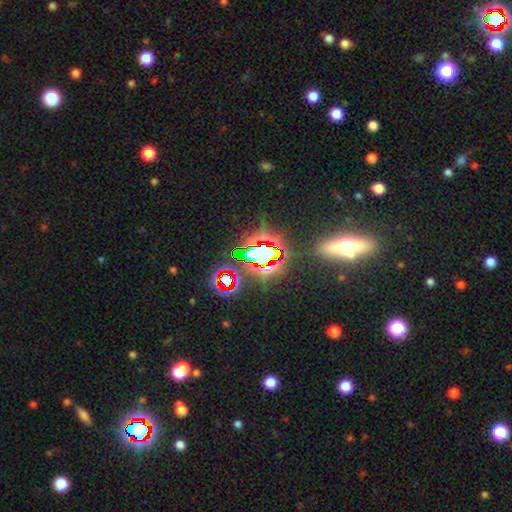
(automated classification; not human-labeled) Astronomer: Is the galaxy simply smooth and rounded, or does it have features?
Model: star or artifact — 76%.